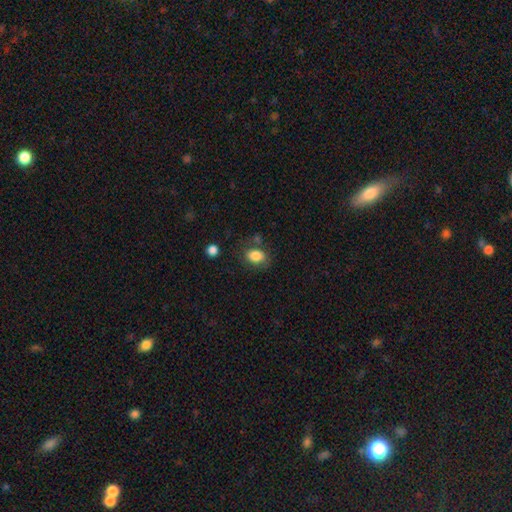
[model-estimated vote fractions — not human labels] A smooth galaxy with no disk features (84%) that is in between round and cigar-shaped (74%).

Vote fractions:
- Smooth or featured? smooth: 84% / star or artifact: 9% / featured or disk: 7%
- How rounded? in between: 74% / round: 25% / cigar-shaped: 1%
- Merging? none: 70% / minor disturbance: 17% / merger: 7% / major disturbance: 6%